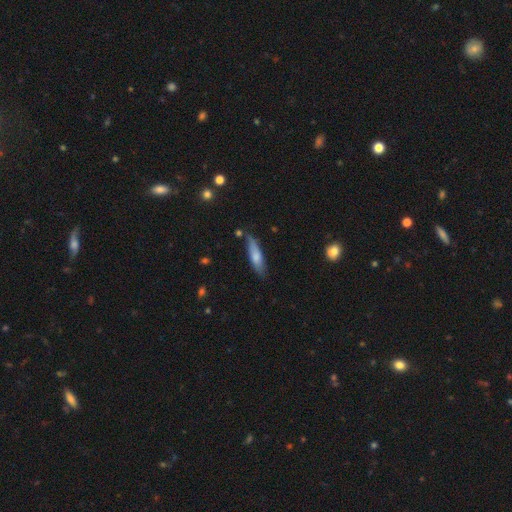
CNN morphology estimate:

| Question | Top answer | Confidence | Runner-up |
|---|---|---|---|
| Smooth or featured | smooth | 71% | featured or disk (23%) |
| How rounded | cigar-shaped | 67% | in between (31%) |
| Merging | none | 69% | minor disturbance (23%) |